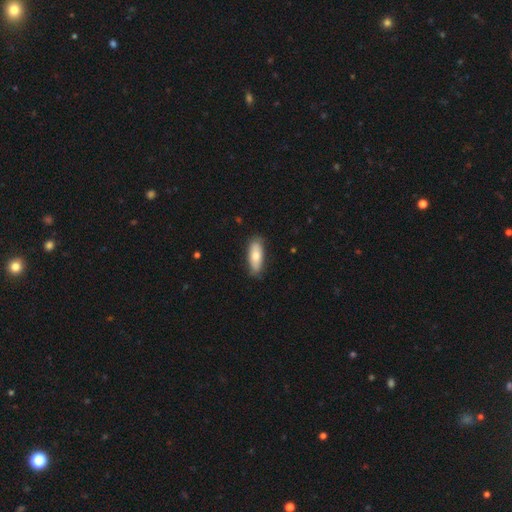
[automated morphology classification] smooth-or-featured: smooth: 72% | featured or disk: 22% | star or artifact: 6%
  how-rounded: in between: 73% | cigar-shaped: 25% | round: 2%
  merging: none: 83% | minor disturbance: 14% | major disturbance: 2% | merger: 1%